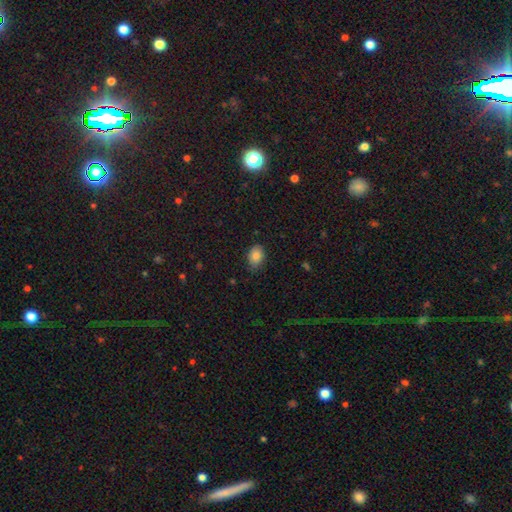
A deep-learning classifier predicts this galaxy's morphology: This is clearly a smooth galaxy (84%). How rounded: likely in between (71%). Merging: likely none (76%).